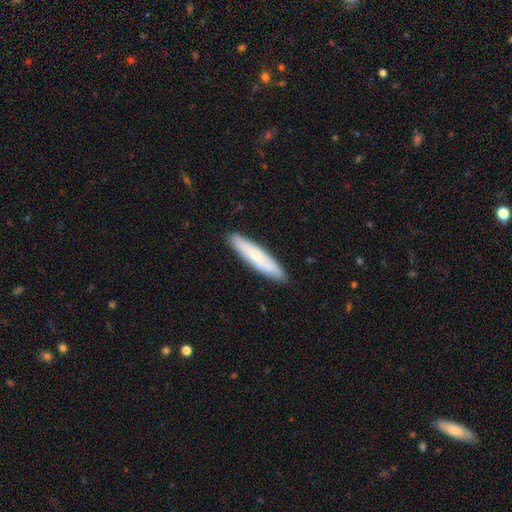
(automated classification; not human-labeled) Overall: smooth (61%; featured or disk 33%). How rounded: cigar-shaped (84%). Merging: none (89%).